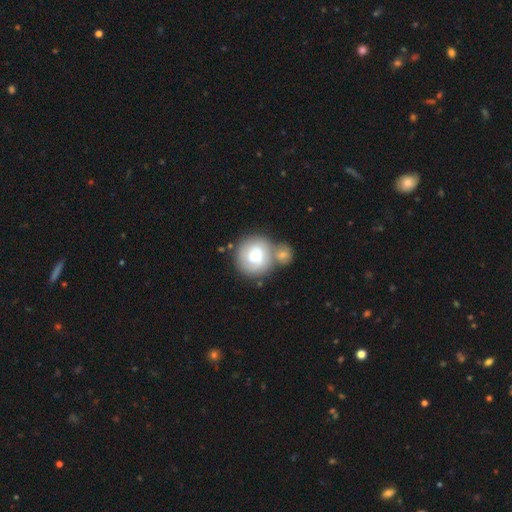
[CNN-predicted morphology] This appears to be a smooth galaxy with no disk features (56%) that is round (88%). Merging: none (41%).